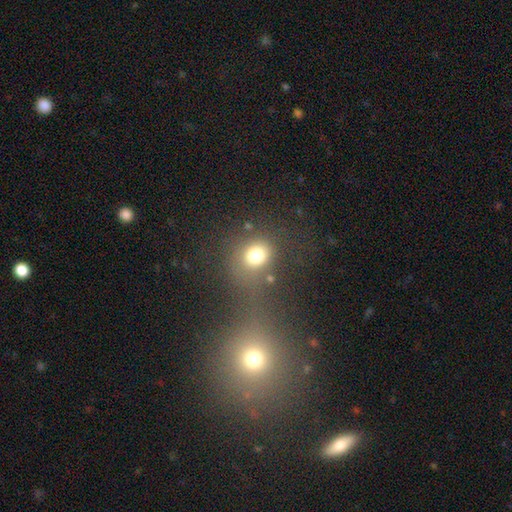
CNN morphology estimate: Q: Smooth or featured?
A: smooth (75%); runner-up: star or artifact (15%)
Q: How rounded?
A: round (68%); runner-up: in between (30%)
Q: Merging?
A: none (54%); runner-up: merger (18%)